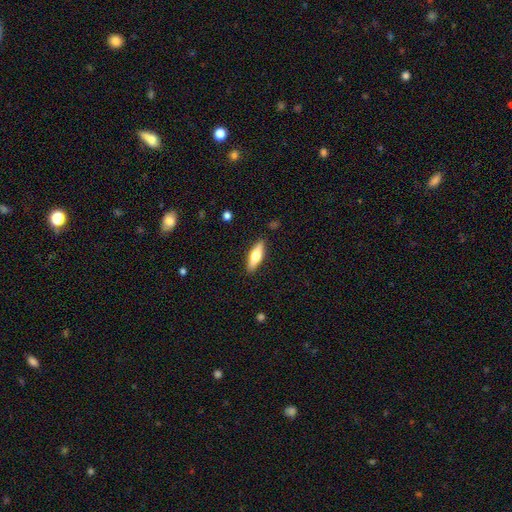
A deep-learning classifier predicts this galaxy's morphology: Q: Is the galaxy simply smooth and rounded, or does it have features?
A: smooth — 59%.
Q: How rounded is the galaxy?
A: cigar-shaped — 51%.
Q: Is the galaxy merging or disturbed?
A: none — 88%.